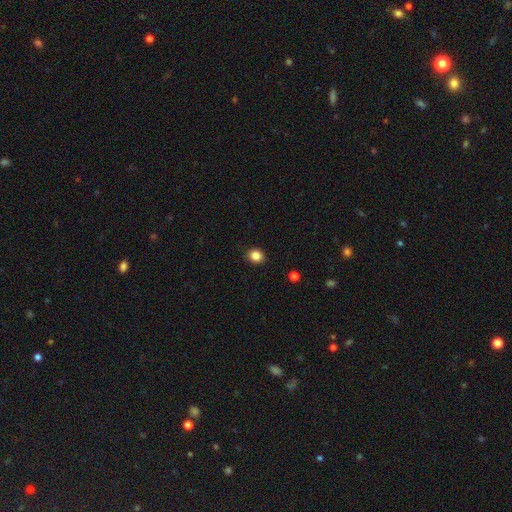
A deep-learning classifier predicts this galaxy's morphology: type=smooth (85%); roundness=round (74%); merging=none (90%).